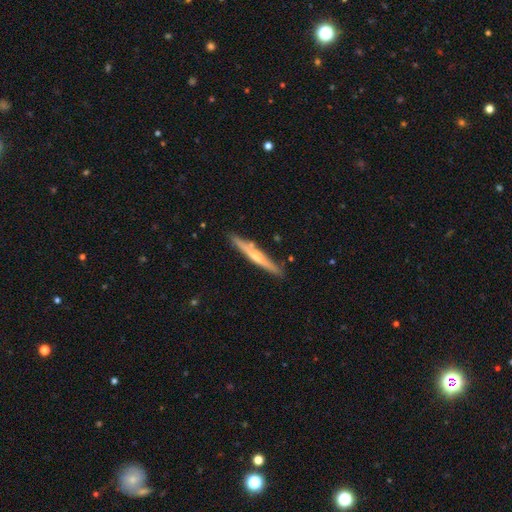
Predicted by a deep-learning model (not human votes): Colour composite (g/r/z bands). It shows a featured or disk galaxy (56%) viewed edge-on (96%) with a rounded central bulge (60%). Merging: none (84%).